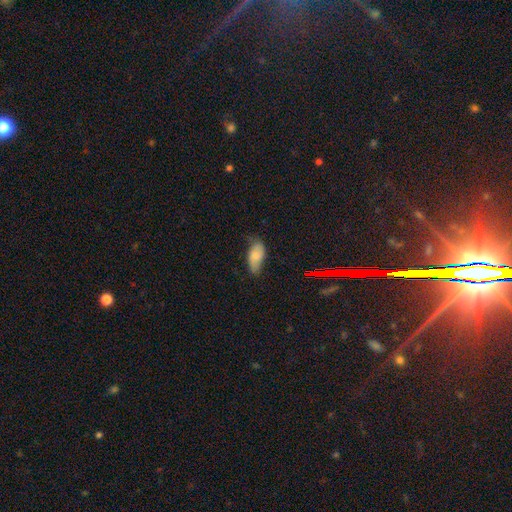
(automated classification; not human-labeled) Smooth or featured? Predicted: smooth (p=0.72). How rounded? Predicted: in between (p=0.90). Merging? Predicted: none (p=0.59).